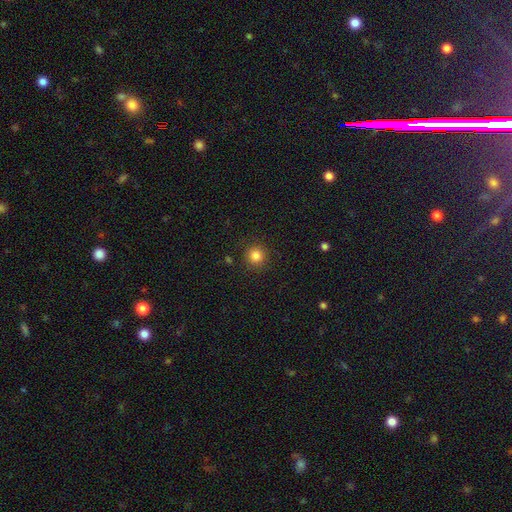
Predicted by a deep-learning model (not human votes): smooth_or_featured: smooth (p=0.83) [alt: star or artifact p=0.12]
how_rounded: round (p=0.93) [alt: in between p=0.07]
merging: none (p=0.89) [alt: minor disturbance p=0.07]